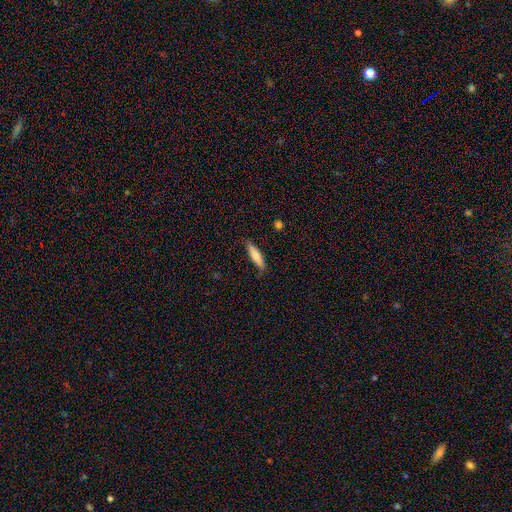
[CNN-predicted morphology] smooth 75%, featured or disk 19%, star or artifact 6%. Down the decision tree: how rounded — cigar-shaped (73%); merging — none (78%).